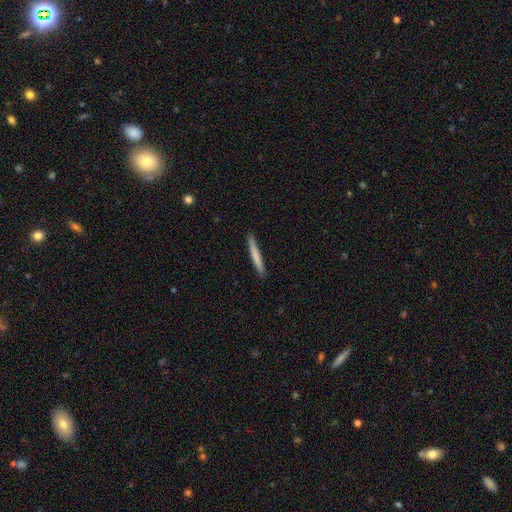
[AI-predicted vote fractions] smooth_or_featured: smooth (p=0.73) [alt: featured or disk p=0.22]
how_rounded: cigar-shaped (p=0.96) [alt: in between p=0.03]
merging: none (p=0.89) [alt: minor disturbance p=0.09]